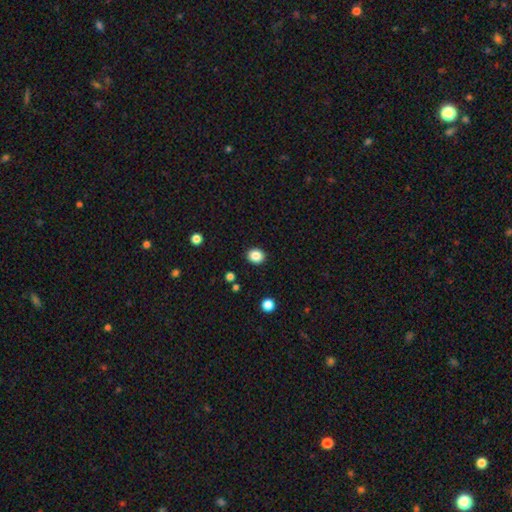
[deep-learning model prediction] Smooth or featured? Predicted: smooth (p=0.85). How rounded? Predicted: round (p=0.68). Merging? Predicted: none (p=0.91).